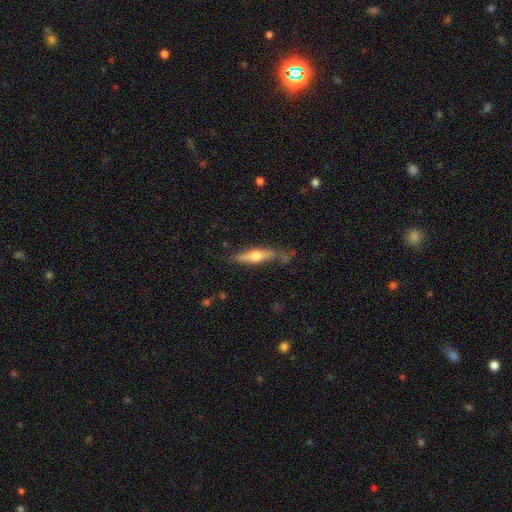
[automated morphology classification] Q: Smooth or featured?
A: featured or disk (53%); runner-up: smooth (42%)
Q: Edge-on disk?
A: yes (90%); runner-up: no (10%)
Q: Merging?
A: none (70%); runner-up: minor disturbance (20%)